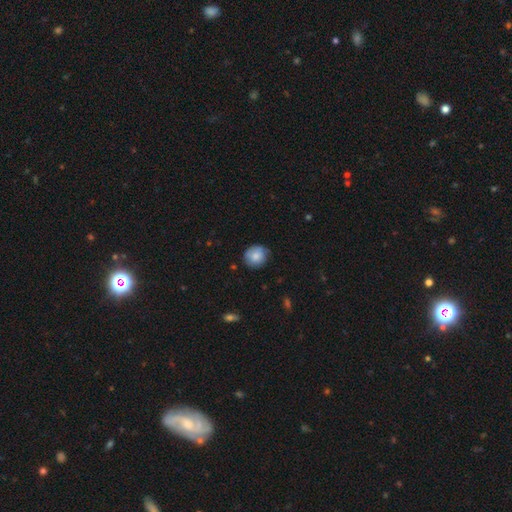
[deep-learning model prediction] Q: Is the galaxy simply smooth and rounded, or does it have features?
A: smooth — 81%.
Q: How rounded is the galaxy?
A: round — 87%.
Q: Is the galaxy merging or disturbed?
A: none — 76%.